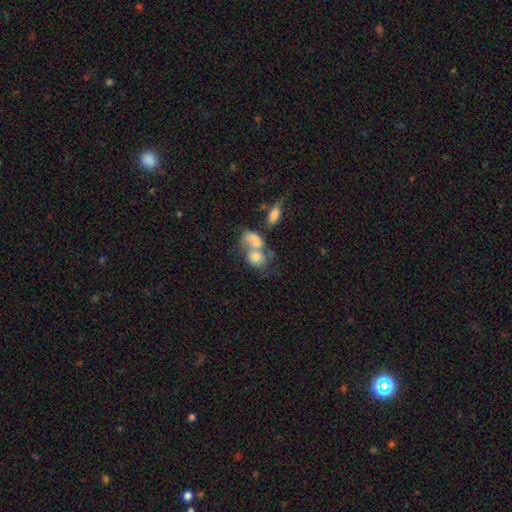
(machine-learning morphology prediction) smooth_or_featured: smooth (p=0.47) [alt: featured or disk p=0.34]
merging: merger (p=0.59) [alt: none p=0.26]